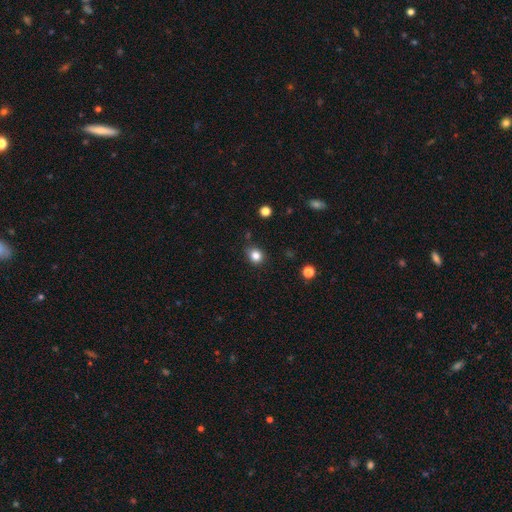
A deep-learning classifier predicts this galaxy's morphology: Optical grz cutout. It shows a smooth galaxy with no disk features (83%) that is round (73%). Merging: none (80%).